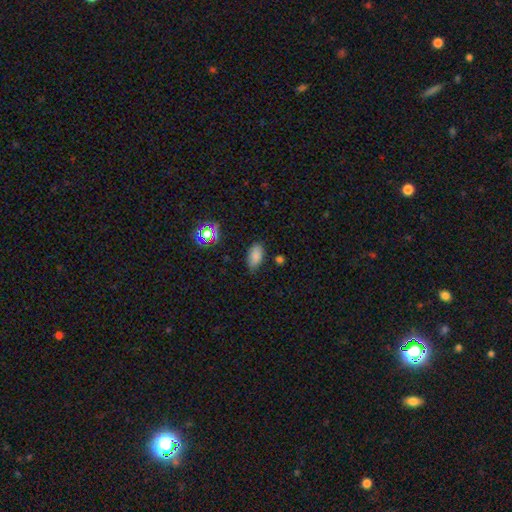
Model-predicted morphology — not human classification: smooth 80%, star or artifact 13%, featured or disk 7%. Down the decision tree: how rounded — in between (91%); merging — none (76%).